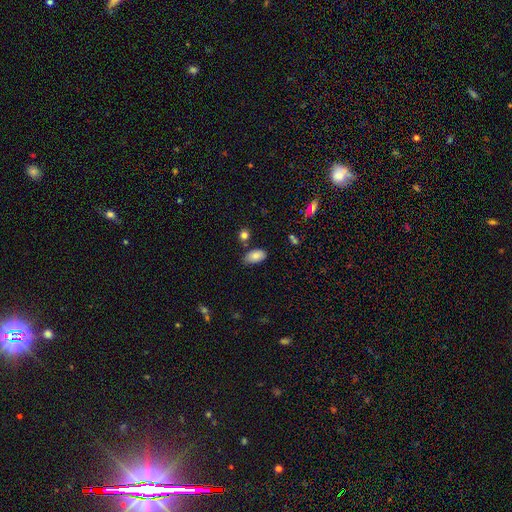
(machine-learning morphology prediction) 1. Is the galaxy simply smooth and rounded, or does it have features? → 83% smooth, 9% featured or disk, 8% star or artifact.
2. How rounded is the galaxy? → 94% in between, 4% round, 2% cigar-shaped.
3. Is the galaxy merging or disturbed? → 73% none, 18% minor disturbance, 6% merger, 4% major disturbance.